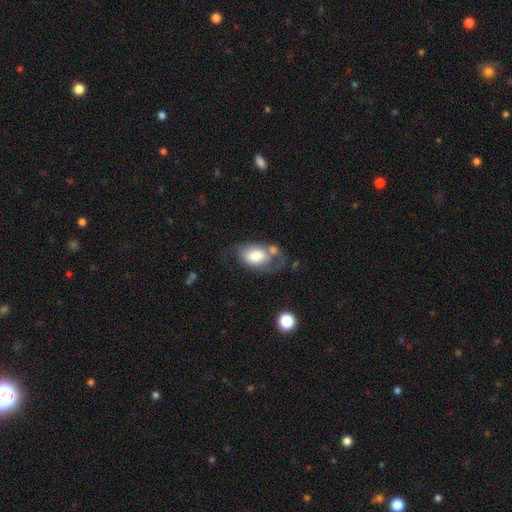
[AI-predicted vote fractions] Overall: smooth (63%; featured or disk 30%). How rounded: in between (88%). Merging: none (33%; minor disturbance 24%).